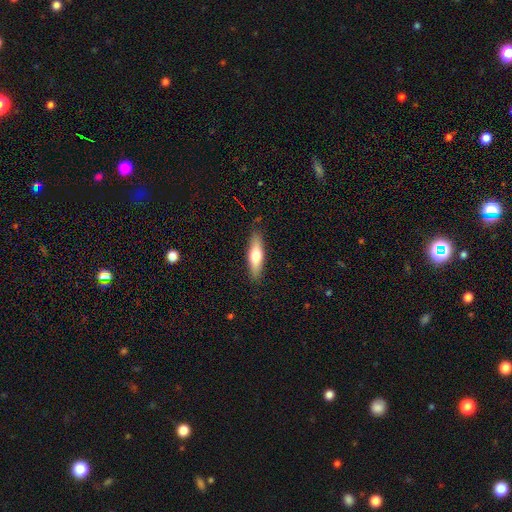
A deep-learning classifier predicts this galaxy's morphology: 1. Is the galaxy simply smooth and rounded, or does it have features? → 60% smooth, 34% featured or disk, 6% star or artifact.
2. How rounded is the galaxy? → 62% cigar-shaped, 36% in between, 2% round.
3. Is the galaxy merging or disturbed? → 86% none, 10% minor disturbance, 2% major disturbance, 1% merger.